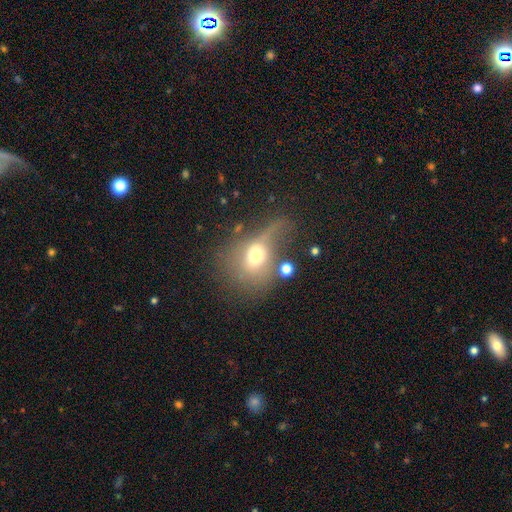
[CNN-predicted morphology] Smooth or featured? smooth (59%)
How rounded? round (53%)
Merging? major disturbance (39%)